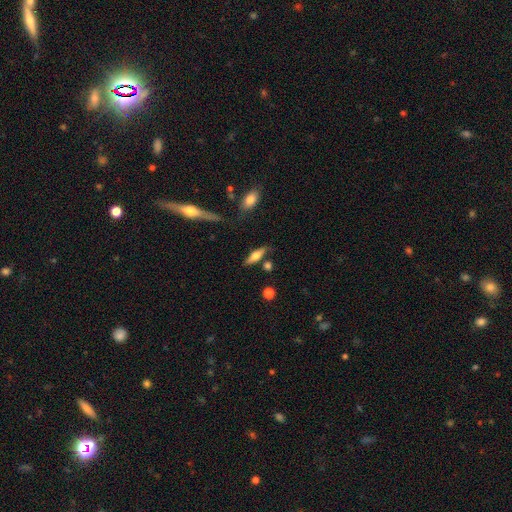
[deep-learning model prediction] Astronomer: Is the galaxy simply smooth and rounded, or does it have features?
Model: smooth — 49% (runner-up: featured or disk, 44%).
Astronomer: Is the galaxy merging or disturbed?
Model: none — 72%.